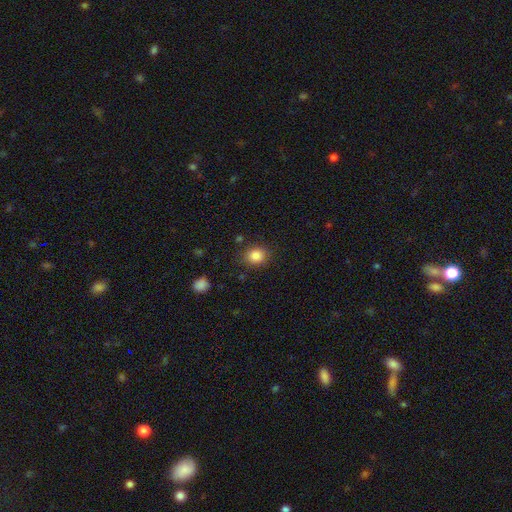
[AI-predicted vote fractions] Smooth or featured? Predicted: smooth (p=0.85). How rounded? Predicted: round (p=0.68). Merging? Predicted: none (p=0.84).